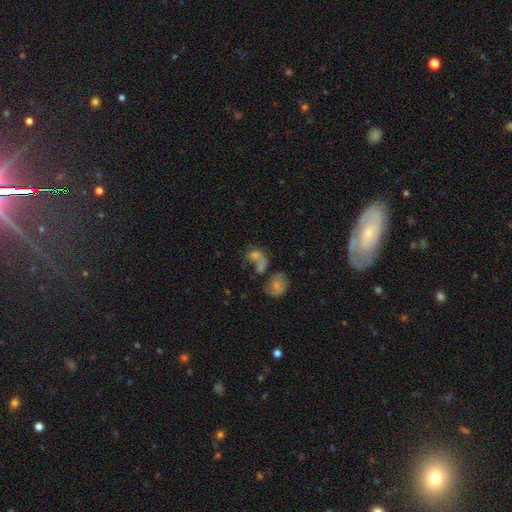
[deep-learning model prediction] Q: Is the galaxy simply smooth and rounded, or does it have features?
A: smooth — 42%.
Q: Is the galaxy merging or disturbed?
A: merger — 46%.